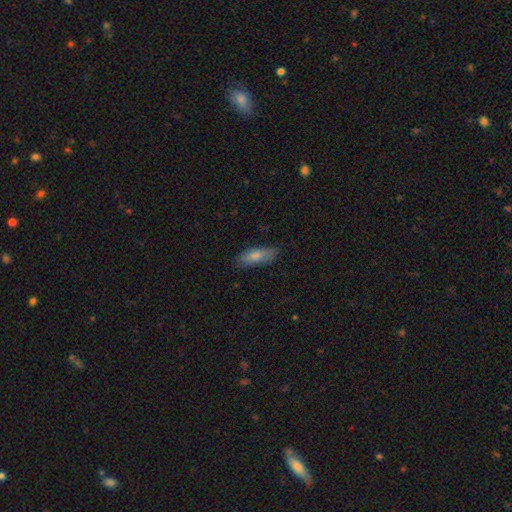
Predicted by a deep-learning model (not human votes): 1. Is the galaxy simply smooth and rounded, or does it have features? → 79% smooth, 15% featured or disk, 6% star or artifact.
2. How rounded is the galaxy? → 68% in between, 30% cigar-shaped, 2% round.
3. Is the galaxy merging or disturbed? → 75% none, 19% minor disturbance, 4% major disturbance, 1% merger.